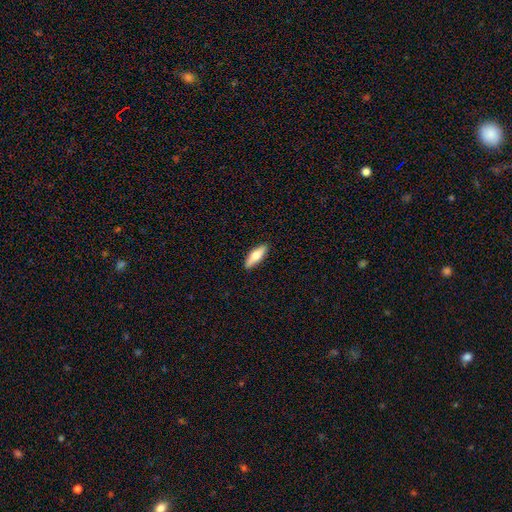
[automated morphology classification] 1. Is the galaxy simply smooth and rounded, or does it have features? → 64% smooth, 31% featured or disk, 6% star or artifact.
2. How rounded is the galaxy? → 53% in between, 45% cigar-shaped, 2% round.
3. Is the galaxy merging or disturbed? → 89% none, 8% minor disturbance, 2% major disturbance, 1% merger.